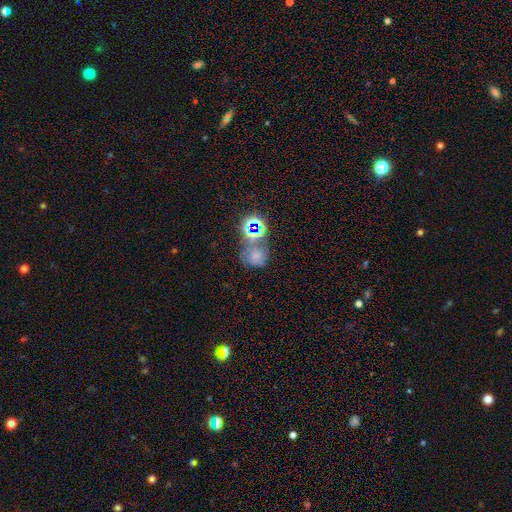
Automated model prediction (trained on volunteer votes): Overall: smooth (51%; star or artifact 33%). How rounded: round (74%). Merging: none (43%; merger 29%).